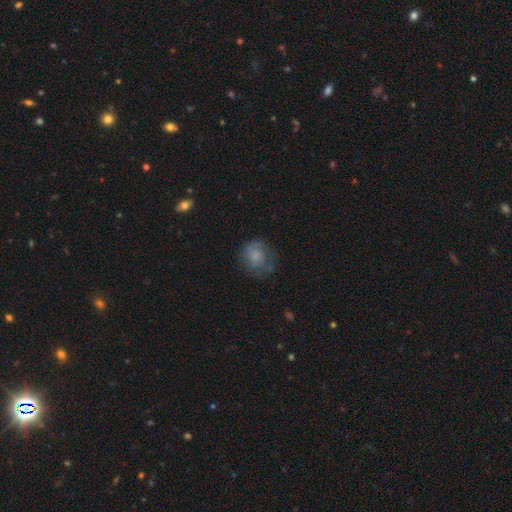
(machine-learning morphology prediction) type=smooth (69%); roundness=round (74%); merging=none (61%).